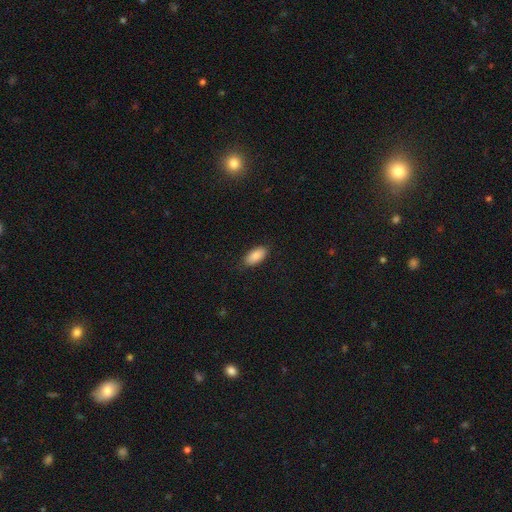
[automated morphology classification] Smooth or featured: smooth — 87% (star or artifact — 7%)
How rounded: in between — 92% (cigar-shaped — 6%)
Merging: none — 84% (minor disturbance — 12%)